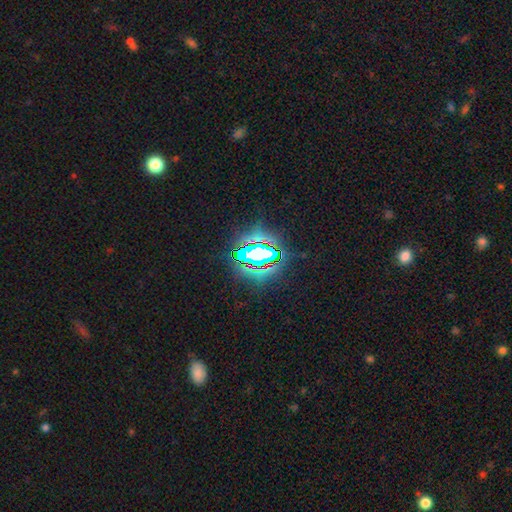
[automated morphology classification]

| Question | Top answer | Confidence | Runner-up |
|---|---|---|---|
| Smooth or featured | star or artifact | 71% | smooth (15%) |